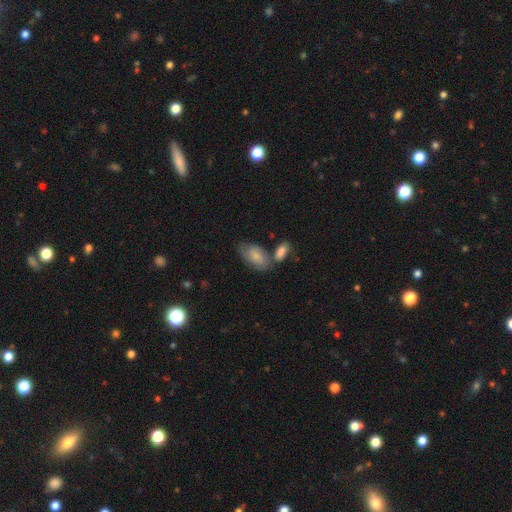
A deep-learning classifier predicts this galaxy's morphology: smooth-or-featured: smooth: 73% | featured or disk: 21% | star or artifact: 6%
  how-rounded: in between: 92% | round: 5% | cigar-shaped: 3%
  merging: none: 47% | merger: 28% | minor disturbance: 20% | major disturbance: 6%